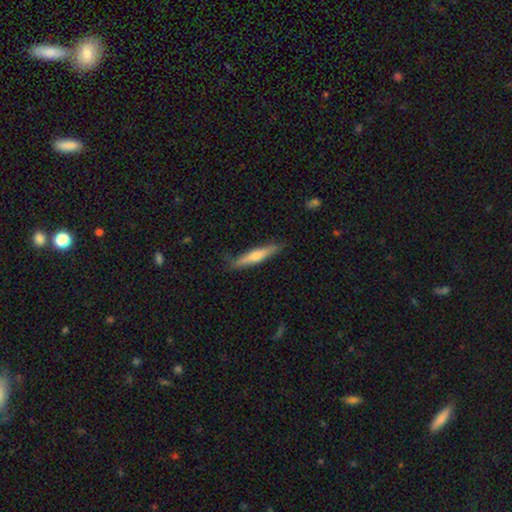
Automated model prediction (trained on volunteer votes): This is possibly a featured or disk galaxy (48%). Merging: clearly none (86%).